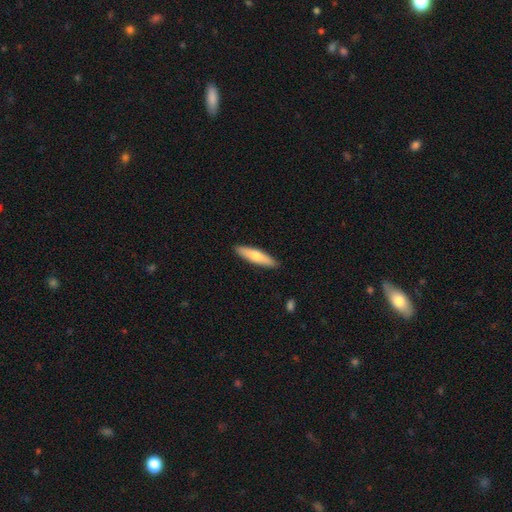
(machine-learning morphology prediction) Smooth or featured?
  - smooth: 68% *
  - featured or disk: 27%
  - star or artifact: 5%
How rounded?
  - cigar-shaped: 76% *
  - in between: 23%
  - round: 2%
Merging?
  - none: 90% *
  - minor disturbance: 7%
  - major disturbance: 1%
  - merger: 1%